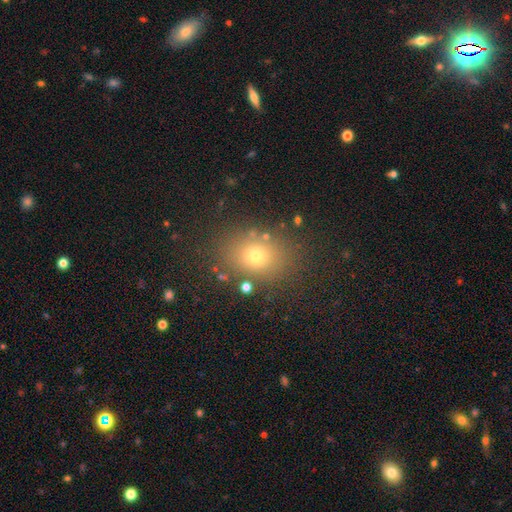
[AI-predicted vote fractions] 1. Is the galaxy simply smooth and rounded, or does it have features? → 70% smooth, 18% star or artifact, 12% featured or disk.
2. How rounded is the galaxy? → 53% in between, 46% round, 1% cigar-shaped.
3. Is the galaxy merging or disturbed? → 81% none, 11% minor disturbance, 5% major disturbance, 4% merger.